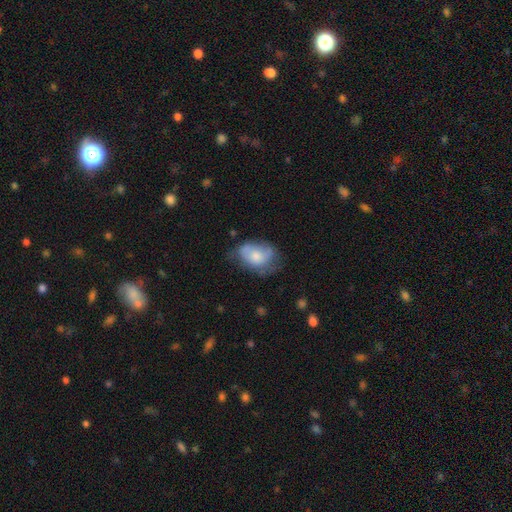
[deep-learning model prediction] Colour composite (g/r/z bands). It shows a smooth galaxy with no disk features (61%) that is in between round and cigar-shaped (83%). Merging: none (40%).